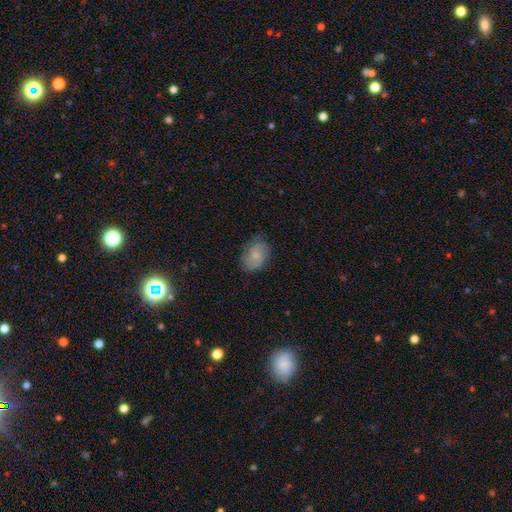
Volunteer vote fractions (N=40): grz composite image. It shows a smooth galaxy with no disk features (65%) that is in between round and cigar-shaped (88%). Merging: none (80%).